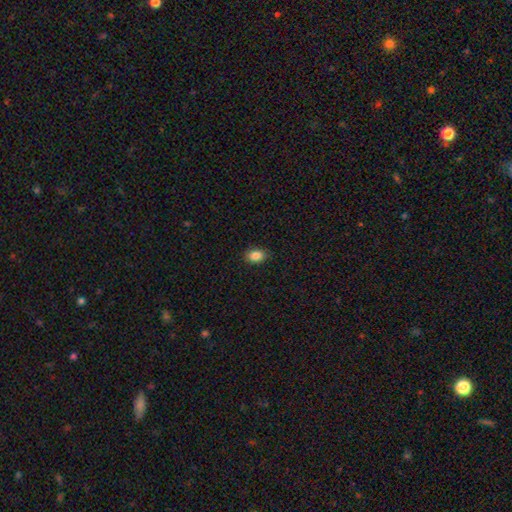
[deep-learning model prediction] Q: Smooth or featured?
A: smooth (87%); runner-up: star or artifact (9%)
Q: How rounded?
A: in between (80%); runner-up: round (19%)
Q: Merging?
A: none (88%); runner-up: minor disturbance (9%)